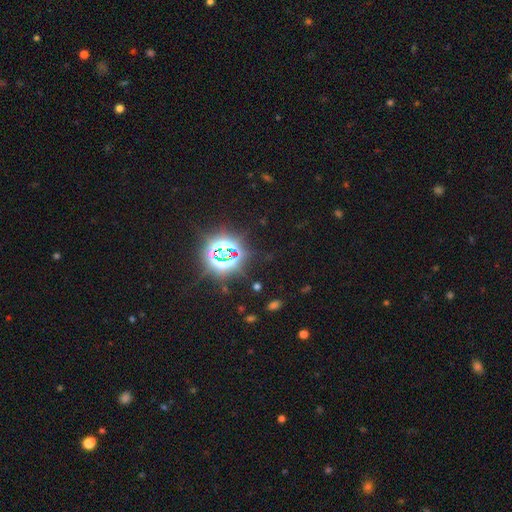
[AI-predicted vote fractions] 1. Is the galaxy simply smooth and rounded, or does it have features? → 82% star or artifact, 11% smooth, 7% featured or disk.